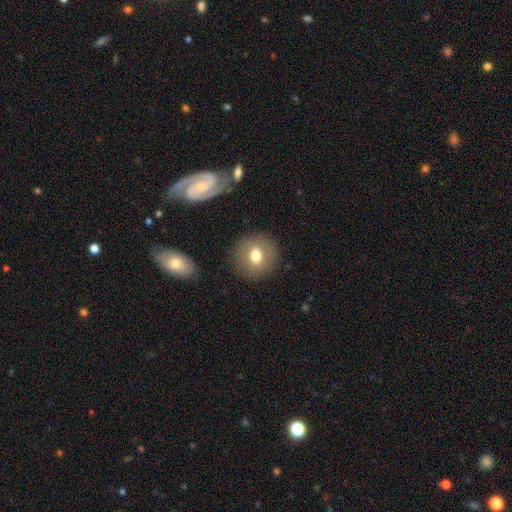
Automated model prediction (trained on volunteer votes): This is likely a smooth galaxy (69%). How rounded: clearly round (85%). Merging: clearly none (88%).